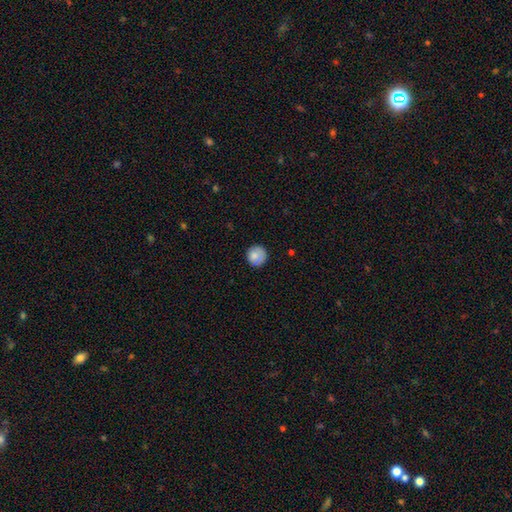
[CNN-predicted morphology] This appears to be a smooth galaxy with no disk features (81%) that is round (91%). Merging: none (80%).